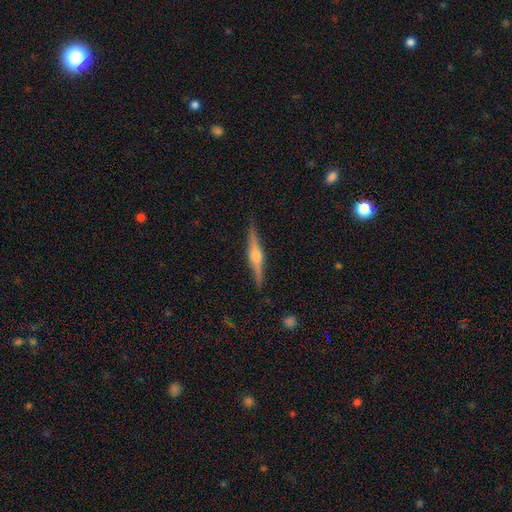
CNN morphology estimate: Overall: featured or disk (79%). Edge-on disk: yes (98%). Edge-on bulge: rounded (90%). Merging: none (90%).